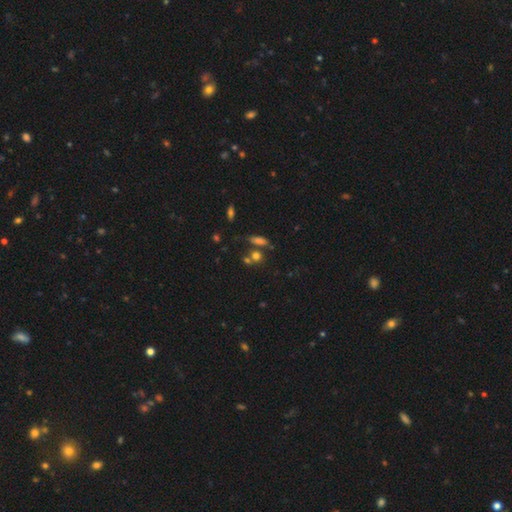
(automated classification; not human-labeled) This appears to be a smooth galaxy with no disk features (68%) that is round (58%). Merging: none (54%).